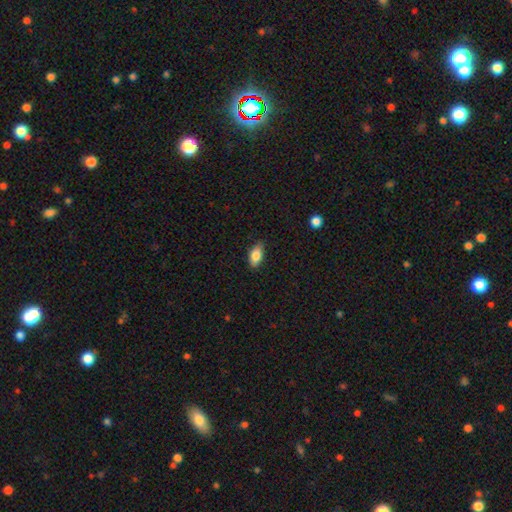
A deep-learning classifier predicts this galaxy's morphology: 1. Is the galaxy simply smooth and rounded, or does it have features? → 82% smooth, 10% featured or disk, 7% star or artifact.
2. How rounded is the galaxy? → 87% in between, 9% cigar-shaped, 4% round.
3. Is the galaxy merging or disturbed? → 79% none, 18% minor disturbance, 3% major disturbance, 1% merger.